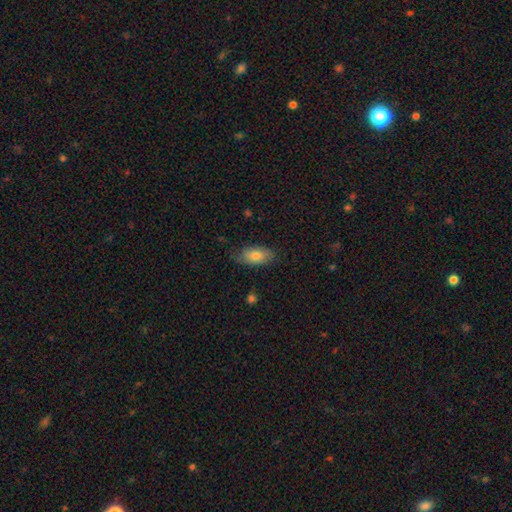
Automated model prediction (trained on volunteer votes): A smooth galaxy with no disk features (78%) that is in between round and cigar-shaped (91%).

Vote fractions:
- Smooth or featured? smooth: 78% / featured or disk: 15% / star or artifact: 7%
- How rounded? in between: 91% / cigar-shaped: 5% / round: 4%
- Merging? none: 74% / minor disturbance: 20% / major disturbance: 4% / merger: 1%